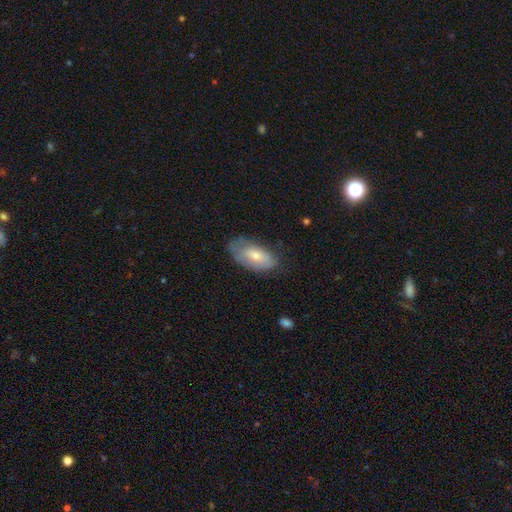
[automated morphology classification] A smooth galaxy with no disk features (64%) that is in between round and cigar-shaped (92%).

Vote fractions:
- Smooth or featured? smooth: 64% / featured or disk: 29% / star or artifact: 7%
- How rounded? in between: 92% / cigar-shaped: 4% / round: 3%
- Merging? none: 59% / minor disturbance: 29% / major disturbance: 10% / merger: 2%